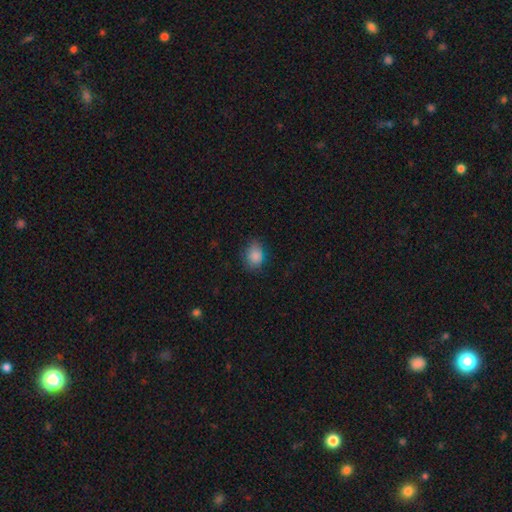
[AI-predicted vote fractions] The model was most divided on "how rounded": in between: 55%, round: 44%, cigar-shaped: 1%. More confident: smooth or featured — smooth (85%); merging — none (74%).